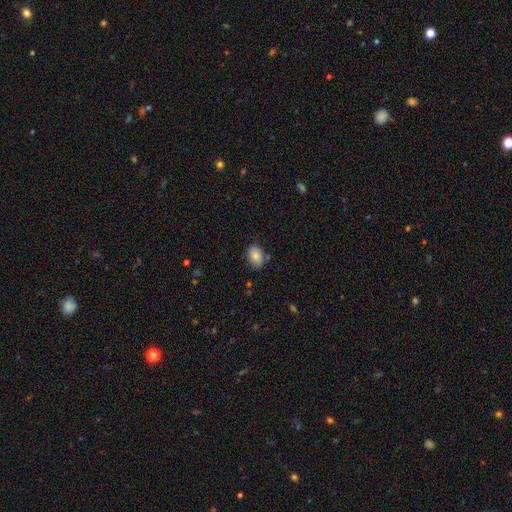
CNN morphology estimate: This is clearly a smooth galaxy (82%). How rounded: likely in between (78%). Merging: likely none (77%).